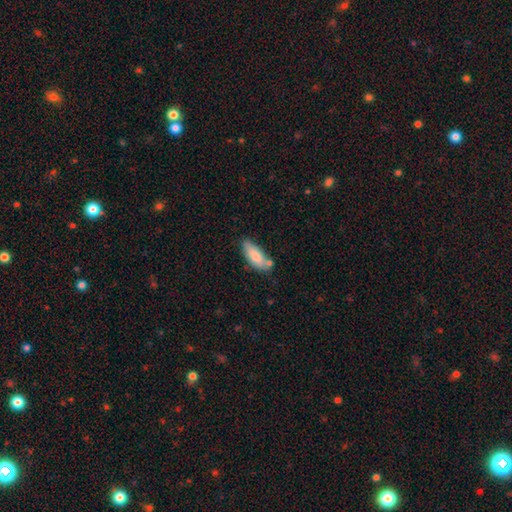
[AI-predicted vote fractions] Smooth or featured? smooth (81%)
How rounded? in between (69%)
Merging? none (61%)